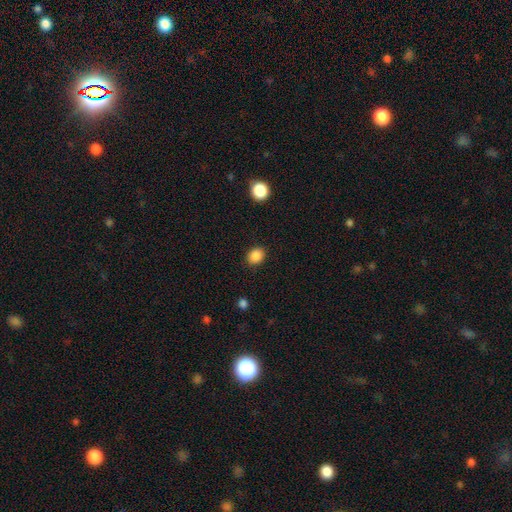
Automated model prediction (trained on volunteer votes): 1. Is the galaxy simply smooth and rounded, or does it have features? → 87% smooth, 10% star or artifact, 3% featured or disk.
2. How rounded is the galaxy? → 55% round, 45% in between, 1% cigar-shaped.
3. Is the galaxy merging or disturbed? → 88% none, 8% minor disturbance, 3% major disturbance, 1% merger.